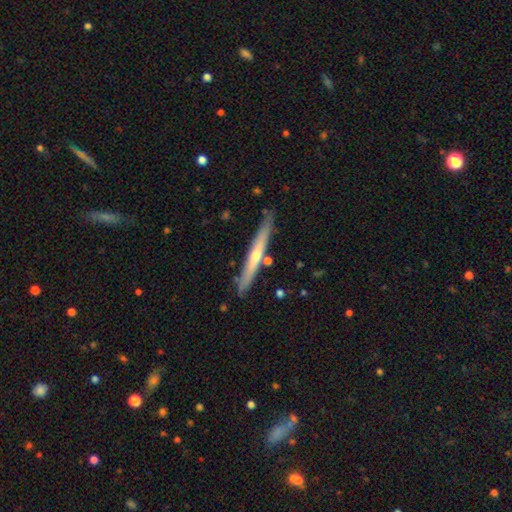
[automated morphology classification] Smooth or featured? featured or disk (55%)
Edge-on disk? yes (94%)
Edge-on bulge? rounded (60%)
Merging? none (82%)